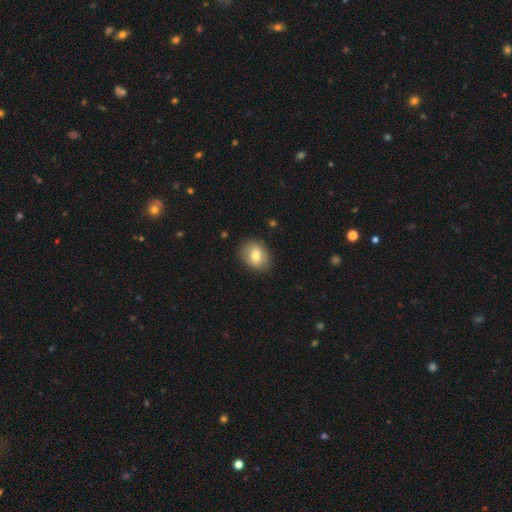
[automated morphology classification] smooth 72%, featured or disk 20%, star or artifact 8%. Down the decision tree: how rounded — in between (56%); merging — none (81%).